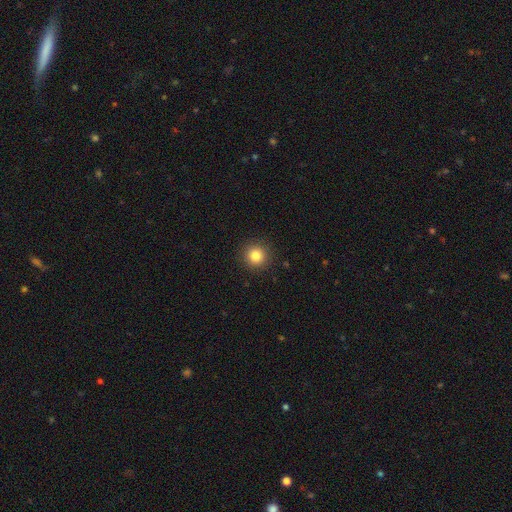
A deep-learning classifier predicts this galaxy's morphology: smooth-or-featured: smooth: 84% | star or artifact: 11% | featured or disk: 5%
  how-rounded: round: 94% | in between: 5% | cigar-shaped: 1%
  merging: none: 91% | minor disturbance: 6% | major disturbance: 2% | merger: 1%